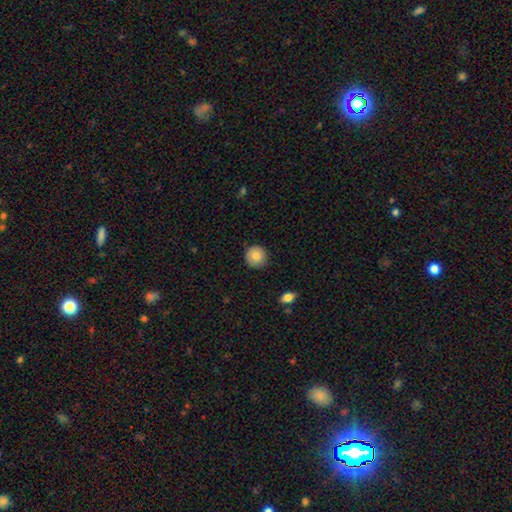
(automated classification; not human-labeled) Smooth or featured?
  - smooth: 85% *
  - star or artifact: 8%
  - featured or disk: 8%
How rounded?
  - round: 94% *
  - in between: 5%
  - cigar-shaped: 1%
Merging?
  - none: 89% *
  - minor disturbance: 8%
  - major disturbance: 2%
  - merger: 1%